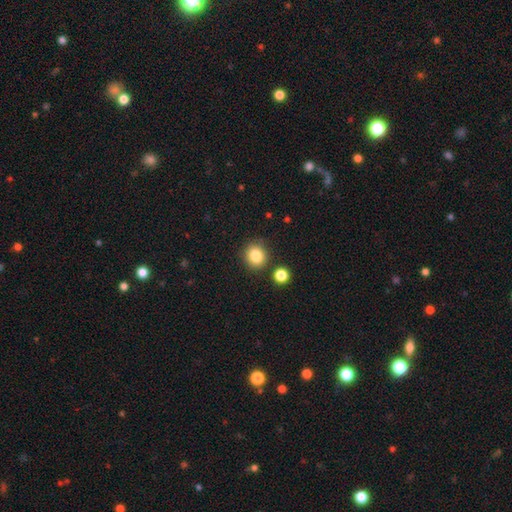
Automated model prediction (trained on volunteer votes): The model was most divided on "how rounded": round: 83%, in between: 16%, cigar-shaped: 1%. More confident: smooth or featured — smooth (84%); merging — none (84%).